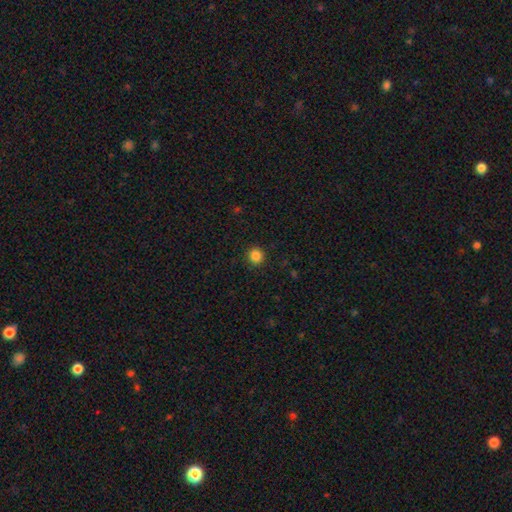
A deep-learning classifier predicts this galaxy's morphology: This appears to be a smooth galaxy with no disk features (85%) that is round (92%). Merging: none (92%).